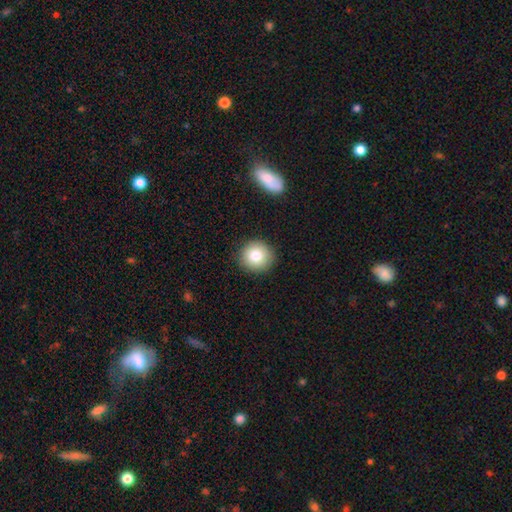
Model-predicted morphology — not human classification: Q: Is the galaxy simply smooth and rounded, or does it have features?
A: smooth — 81%.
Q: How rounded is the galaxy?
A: round — 92%.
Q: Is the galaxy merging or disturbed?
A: none — 90%.